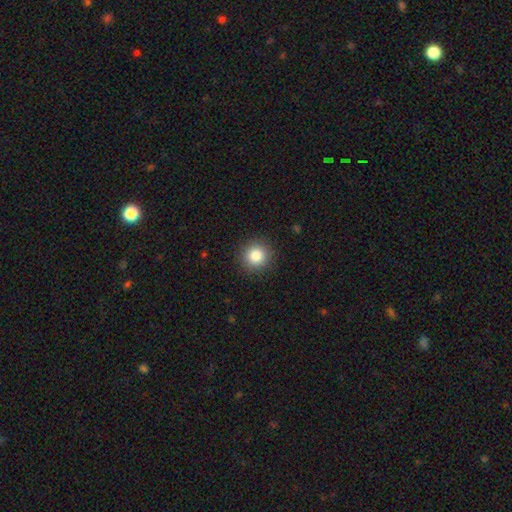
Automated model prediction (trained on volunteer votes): This appears to be a smooth galaxy with no disk features (84%) that is round (94%). Merging: none (91%).